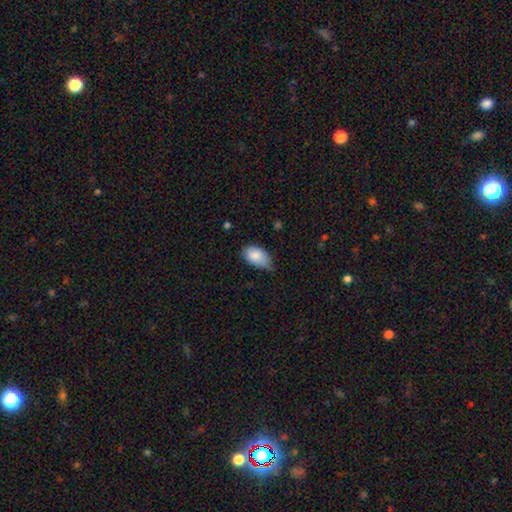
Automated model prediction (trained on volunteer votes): A smooth galaxy with no disk features (87%) that is in between round and cigar-shaped (94%). Merging: none (58%).